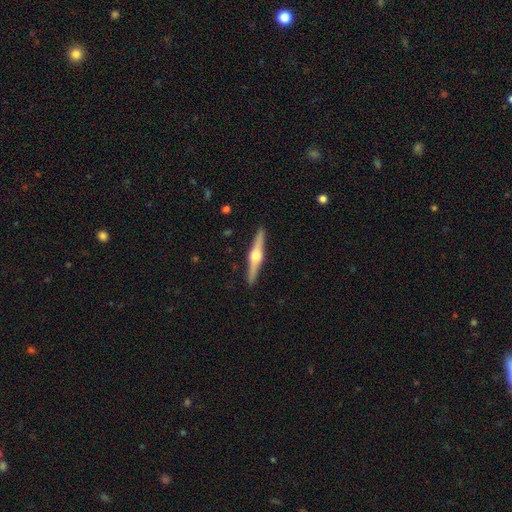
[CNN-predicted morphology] This appears to be a featured or disk galaxy (81%) viewed edge-on (98%) with a rounded central bulge (95%). Merging: none (92%).